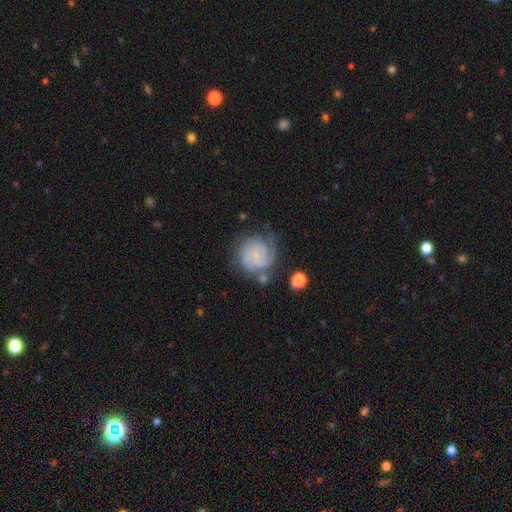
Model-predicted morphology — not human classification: A featured or disk galaxy (73%) with no bar (69%), 2 (30%) tight (62%) spiral arms (94%) and a small central bulge (71%). Merging: none (56%).